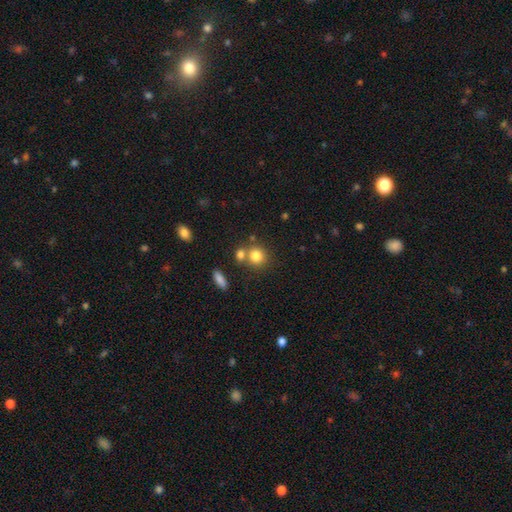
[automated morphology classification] Smooth or featured? Predicted: smooth (p=0.80). How rounded? Predicted: round (p=0.84). Merging? Predicted: none (p=0.59).